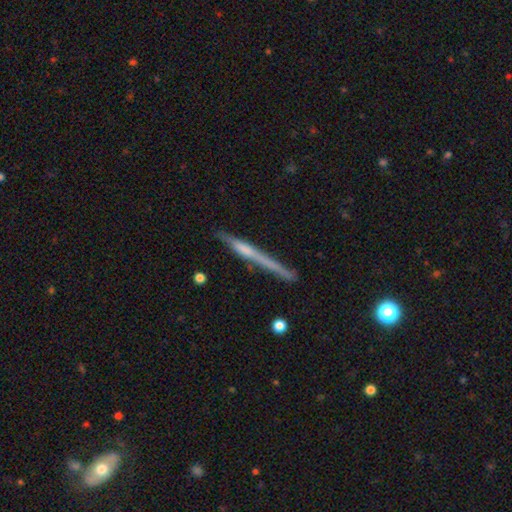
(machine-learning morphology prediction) A featured or disk galaxy (63%) viewed edge-on (97%) with no central bulge (49%).

Vote fractions:
- Smooth or featured? featured or disk: 63% / smooth: 29% / star or artifact: 8%
- Edge-on disk? yes: 97% / no: 3%
- Edge-on bulge? none: 49% / rounded: 42% / boxy: 8%
- Merging? none: 84% / minor disturbance: 12% / major disturbance: 2% / merger: 2%